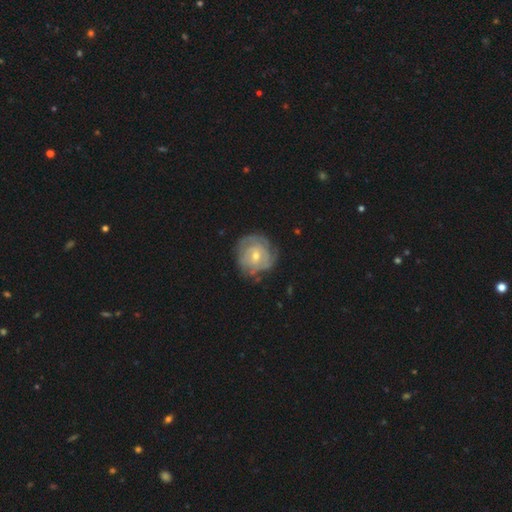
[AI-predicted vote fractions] smooth_or_featured: featured or disk (p=0.68) [alt: smooth p=0.24]
disk_edge_on: no (p=0.97) [alt: yes p=0.03]
bar: no (p=0.66) [alt: weak p=0.28]
has_spiral_arms: yes (p=0.79) [alt: no p=0.21]
spiral_winding: tight (p=0.72) [alt: medium p=0.21]
spiral_arm_count: can't tell (p=0.57) [alt: 2 p=0.17]
bulge_size: small (p=0.50) [alt: moderate p=0.46]
merging: none (p=0.74) [alt: minor disturbance p=0.18]